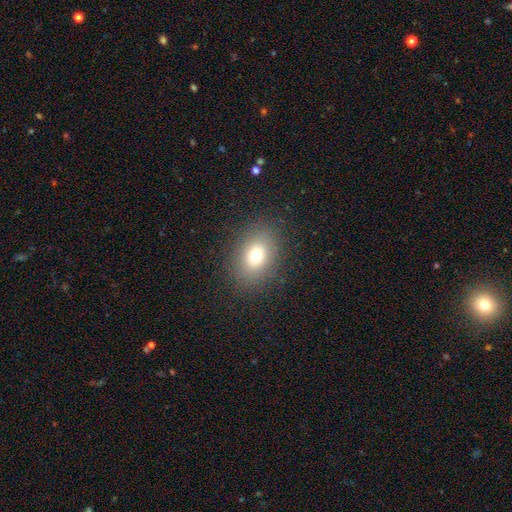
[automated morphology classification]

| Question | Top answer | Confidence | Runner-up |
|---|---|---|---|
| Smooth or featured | smooth | 74% | star or artifact (13%) |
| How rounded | in between | 67% | round (32%) |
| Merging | none | 86% | minor disturbance (9%) |